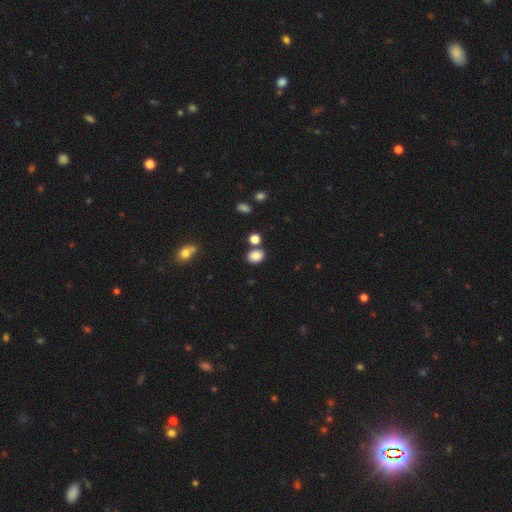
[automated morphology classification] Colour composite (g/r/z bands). It shows a smooth galaxy with no disk features (84%) that is in between round and cigar-shaped (56%). Merging: none (70%).